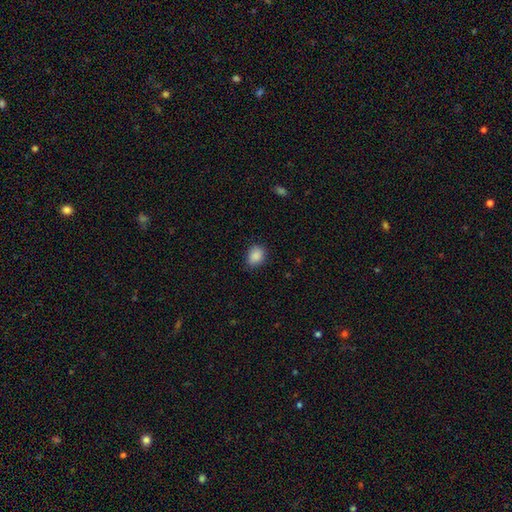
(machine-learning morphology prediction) Smooth or featured?
  - smooth: 88% *
  - star or artifact: 8%
  - featured or disk: 3%
How rounded?
  - in between: 59% *
  - round: 40%
  - cigar-shaped: 1%
Merging?
  - none: 80% *
  - minor disturbance: 16%
  - major disturbance: 3%
  - merger: 1%